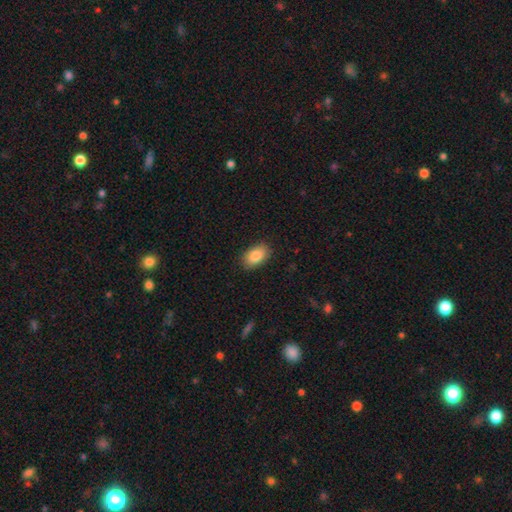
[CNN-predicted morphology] The model was most divided on "merging": none: 87%, minor disturbance: 10%, major disturbance: 2%, merger: 1%. More confident: how rounded — in between (92%); smooth or featured — smooth (87%).